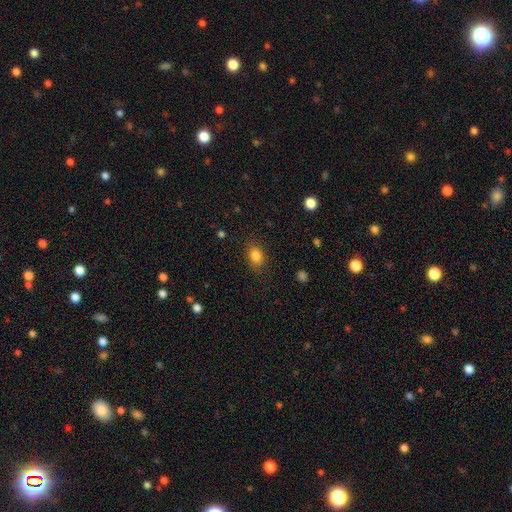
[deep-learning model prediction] Q: Smooth or featured?
A: smooth (83%); runner-up: star or artifact (10%)
Q: How rounded?
A: in between (72%); runner-up: round (27%)
Q: Merging?
A: none (82%); runner-up: minor disturbance (13%)